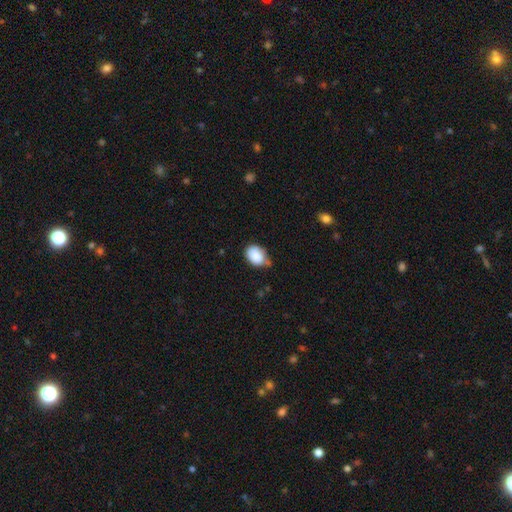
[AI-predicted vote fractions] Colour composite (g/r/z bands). It shows a smooth galaxy with no disk features (87%) that is in between round and cigar-shaped (70%). Merging: none (57%).